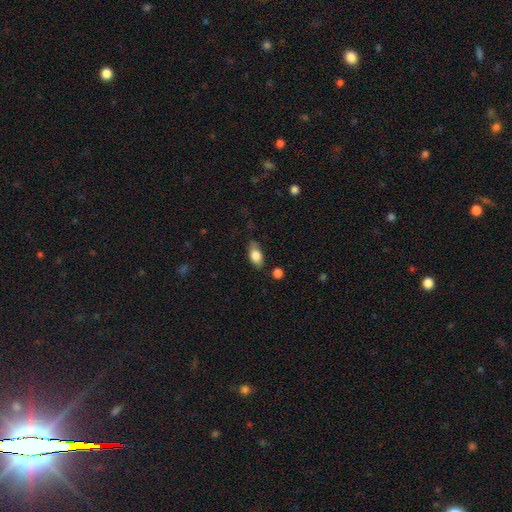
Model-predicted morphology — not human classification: type=smooth (79%); roundness=in between (87%); merging=none (73%).